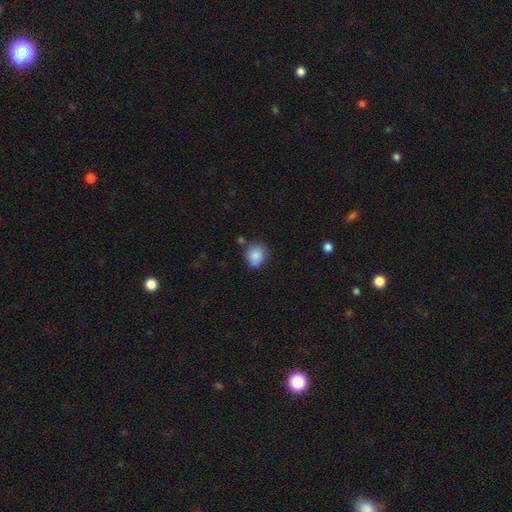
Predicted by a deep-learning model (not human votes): Overall: smooth (84%). How rounded: round (73%). Merging: none (65%).